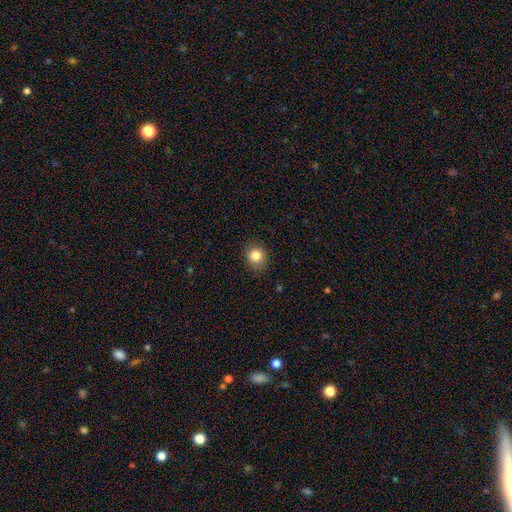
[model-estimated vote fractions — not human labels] Smooth or featured? smooth (83%)
How rounded? round (80%)
Merging? none (86%)